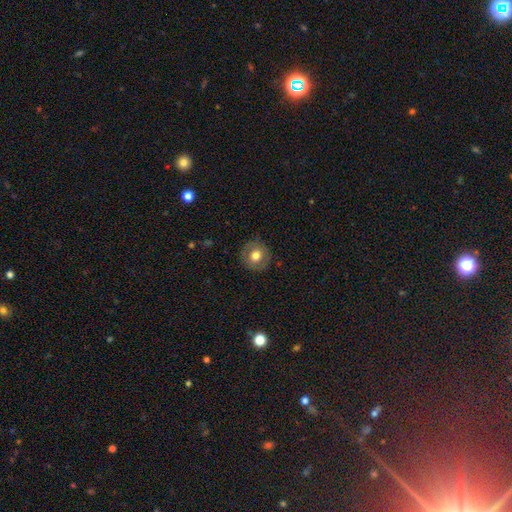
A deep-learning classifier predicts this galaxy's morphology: Smooth or featured? Predicted: smooth (p=0.70). How rounded? Predicted: round (p=0.91). Merging? Predicted: none (p=0.87).